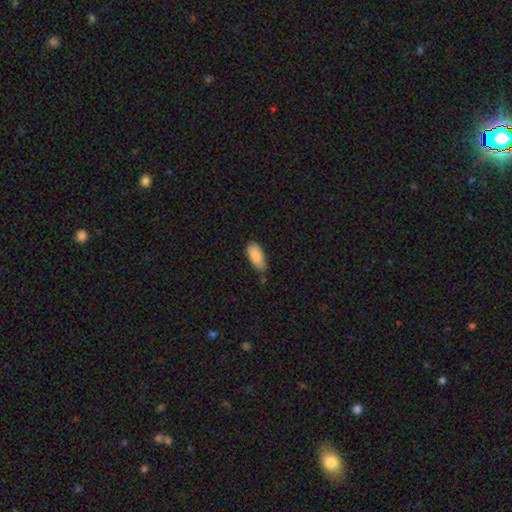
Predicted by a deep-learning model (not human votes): This is clearly a smooth galaxy (86%). How rounded: clearly in between (89%). Merging: likely none (63%).